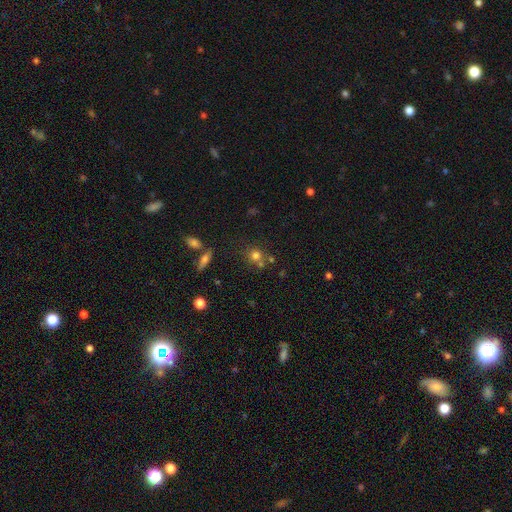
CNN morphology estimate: Overall: smooth (73%). How rounded: round (84%). Merging: none (57%; merger 28%).